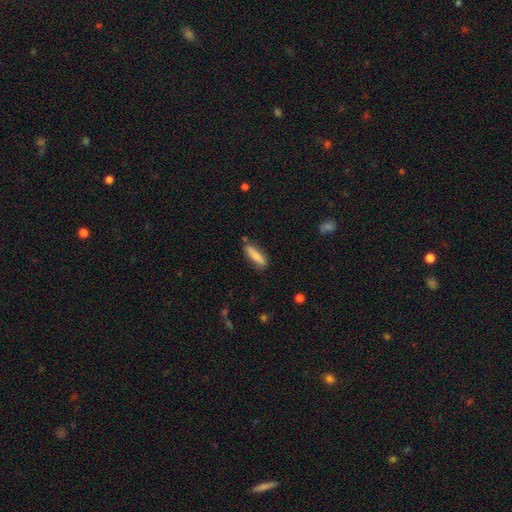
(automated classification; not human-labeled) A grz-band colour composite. It shows a smooth galaxy with no disk features (81%) that is cigar-shaped (72%). Merging: none (79%).